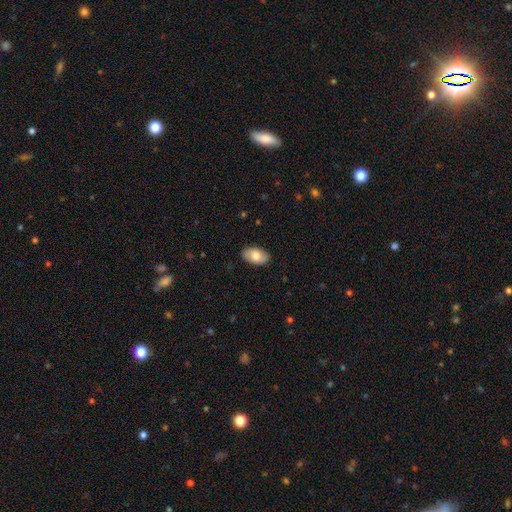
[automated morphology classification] Smooth or featured? Predicted: smooth (p=0.72). How rounded? Predicted: in between (p=0.94). Merging? Predicted: none (p=0.87).